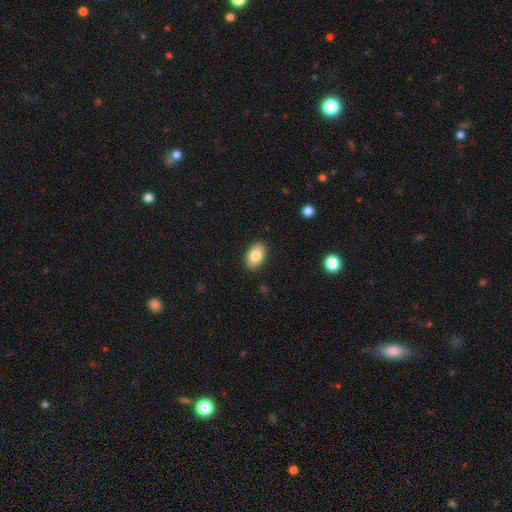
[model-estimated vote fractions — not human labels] Smooth or featured: smooth — 82% (featured or disk — 11%)
How rounded: in between — 90% (round — 8%)
Merging: none — 88% (minor disturbance — 9%)